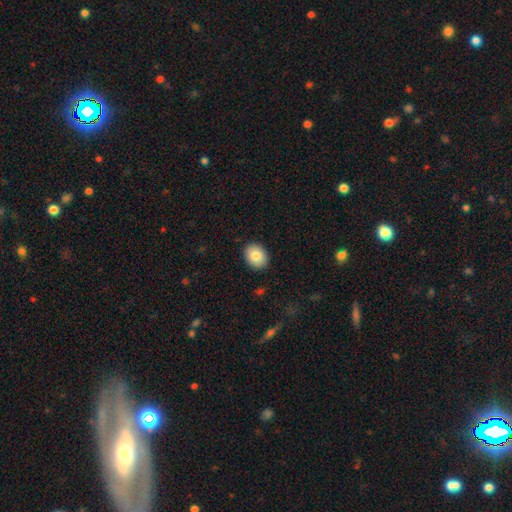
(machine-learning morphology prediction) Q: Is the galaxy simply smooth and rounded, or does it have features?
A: smooth — 82%.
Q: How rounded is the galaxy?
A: in between — 62%.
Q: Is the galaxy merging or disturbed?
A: none — 90%.